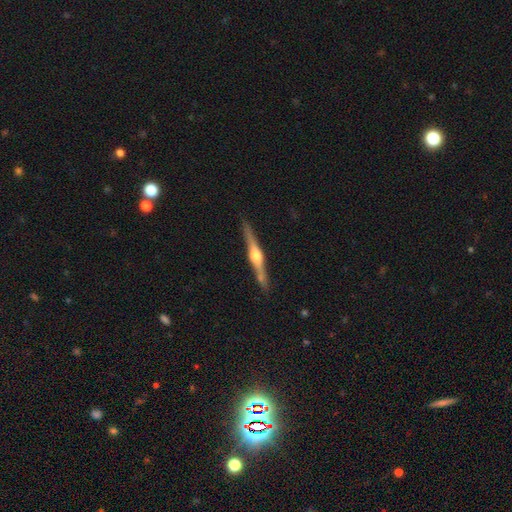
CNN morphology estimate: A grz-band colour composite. It shows a featured or disk galaxy (81%) viewed edge-on (98%) with a rounded central bulge (91%). Merging: none (88%).